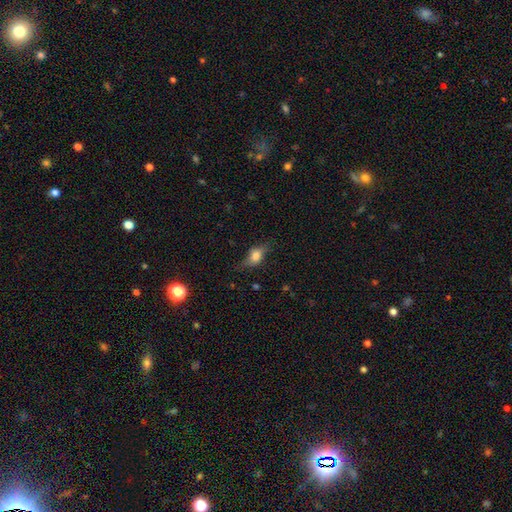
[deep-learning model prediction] A smooth galaxy with no disk features (65%) that is in between round and cigar-shaped (72%). Merging: none (66%).